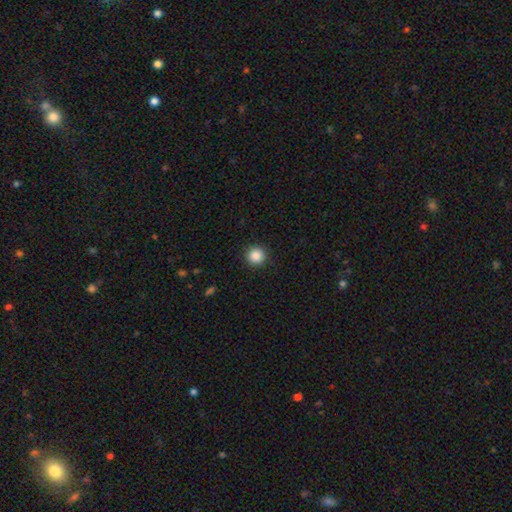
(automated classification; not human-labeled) smooth_or_featured: smooth (p=0.87) [alt: star or artifact p=0.10]
how_rounded: round (p=0.95) [alt: in between p=0.04]
merging: none (p=0.92) [alt: minor disturbance p=0.05]